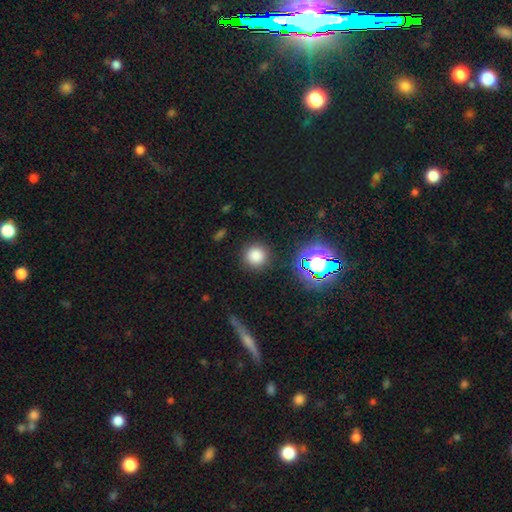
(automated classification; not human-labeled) This appears to be a smooth galaxy with no disk features (77%) that is round (94%). Merging: none (88%).